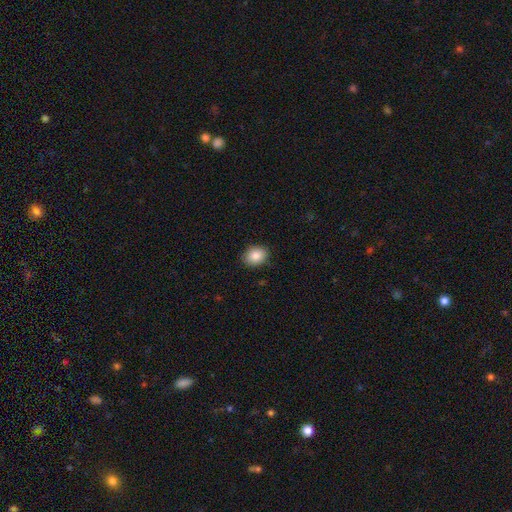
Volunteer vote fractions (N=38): Smooth or featured? 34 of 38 (89%) said smooth. How rounded? 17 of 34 (50%) said round. Merging? 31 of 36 (86%) said none.